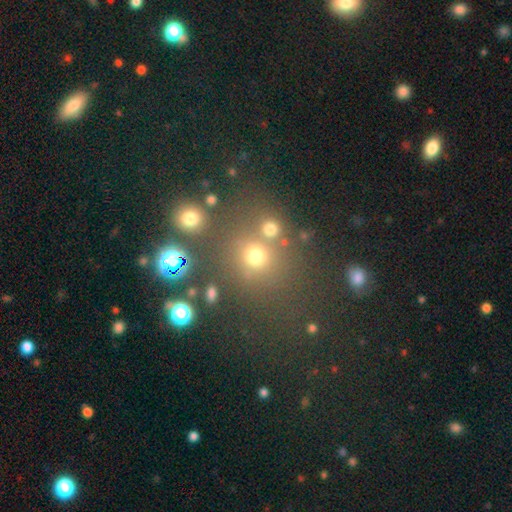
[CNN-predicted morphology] This is likely a smooth galaxy (69%). How rounded: clearly round (87%). Merging: likely none (66%).